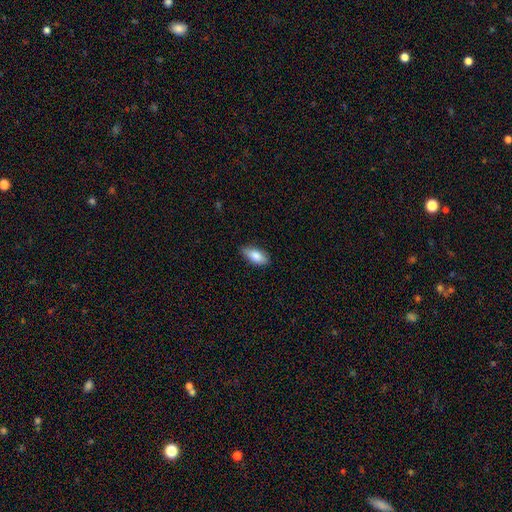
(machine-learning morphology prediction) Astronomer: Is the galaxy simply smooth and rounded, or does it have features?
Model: smooth — 83%.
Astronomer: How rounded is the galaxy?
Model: in between — 85%.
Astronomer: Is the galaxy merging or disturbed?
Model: none — 84%.